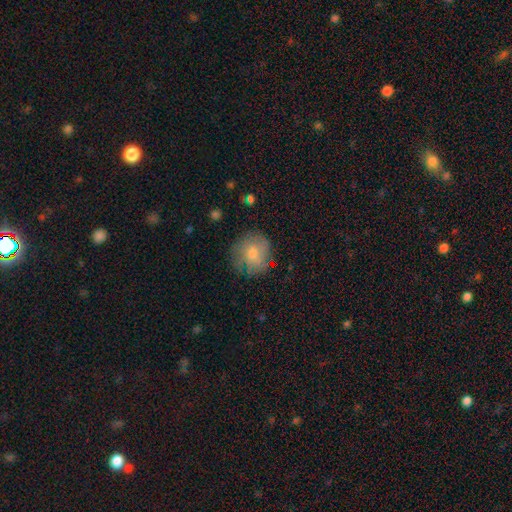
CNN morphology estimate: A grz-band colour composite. It shows a smooth galaxy with no disk features (53%) that is round (88%). Merging: none (79%).